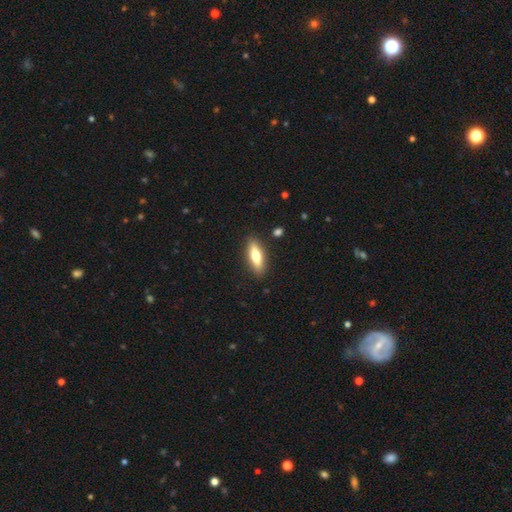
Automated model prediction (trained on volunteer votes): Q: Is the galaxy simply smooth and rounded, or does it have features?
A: smooth — 62%.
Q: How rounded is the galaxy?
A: in between — 50%.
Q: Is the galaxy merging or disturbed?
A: none — 88%.